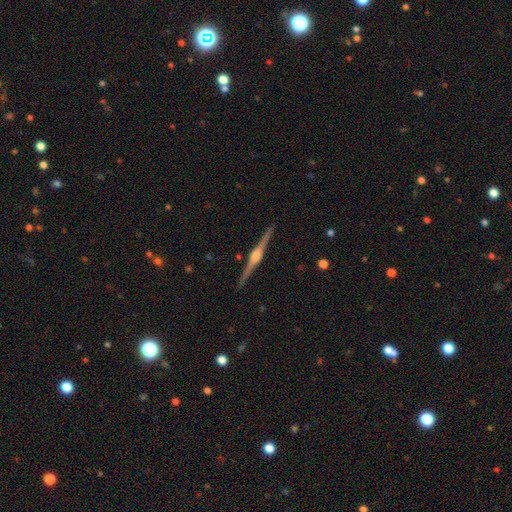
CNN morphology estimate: This is clearly a featured or disk galaxy (87%). It is clearly viewed edge-on (99%). Edge-on bulge: clearly rounded (83%). Merging: clearly none (91%).